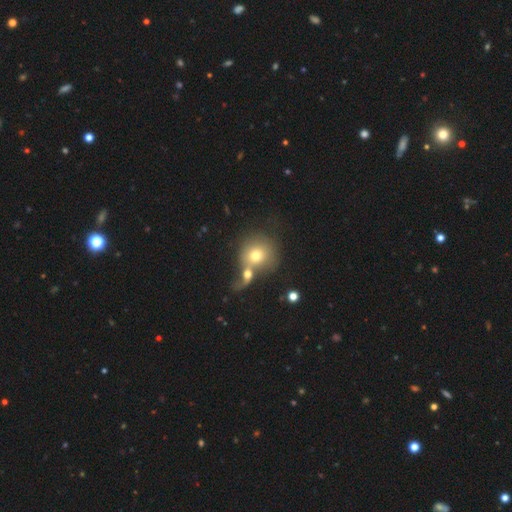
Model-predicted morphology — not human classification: Smooth or featured? Predicted: smooth (p=0.65). How rounded? Predicted: round (p=0.84). Merging? Predicted: merger (p=0.60).